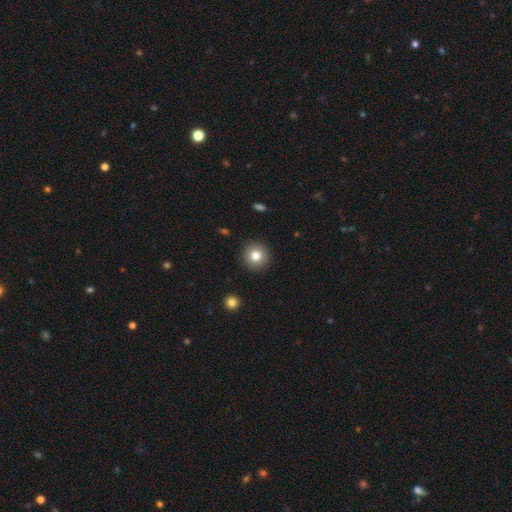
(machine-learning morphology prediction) Smooth or featured?
  - smooth: 79% *
  - featured or disk: 11%
  - star or artifact: 10%
How rounded?
  - round: 94% *
  - in between: 5%
  - cigar-shaped: 1%
Merging?
  - none: 91% *
  - minor disturbance: 6%
  - major disturbance: 2%
  - merger: 1%